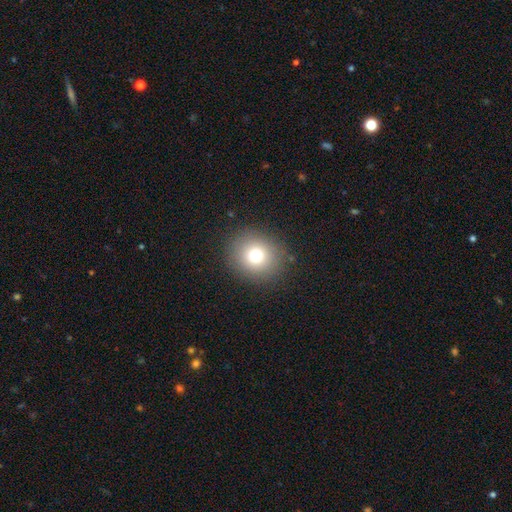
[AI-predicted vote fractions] Morphology: type=smooth (75%); roundness=round (84%); merging=none (88%).